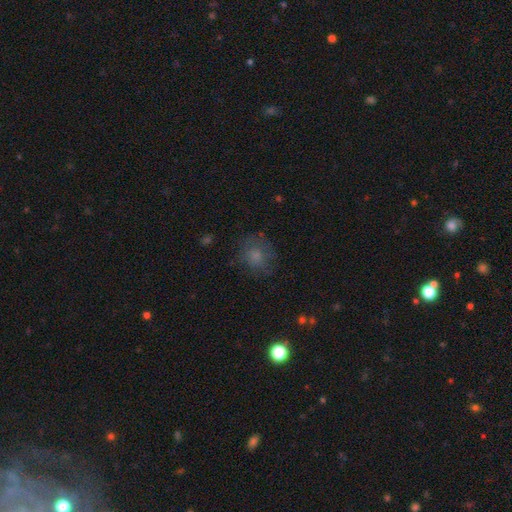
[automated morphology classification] This appears to be a smooth galaxy with no disk features (73%) that is round (77%). Merging: none (70%).